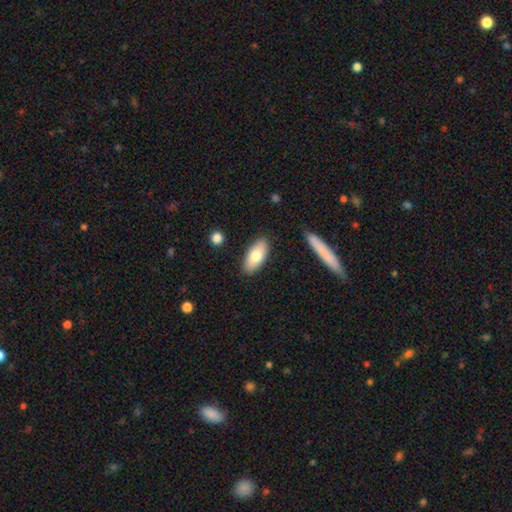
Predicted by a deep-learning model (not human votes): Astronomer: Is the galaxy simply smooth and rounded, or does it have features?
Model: smooth — 77%.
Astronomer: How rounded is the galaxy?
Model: in between — 86%.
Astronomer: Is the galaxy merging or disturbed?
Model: none — 86%.